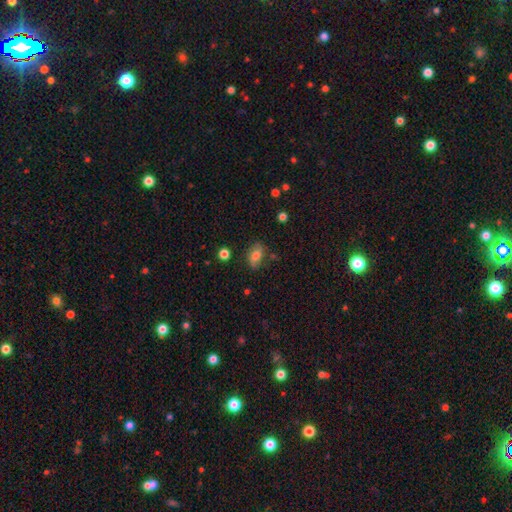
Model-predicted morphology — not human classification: This appears to be a smooth galaxy with no disk features (71%) that is in between round and cigar-shaped (85%). Merging: none (72%).